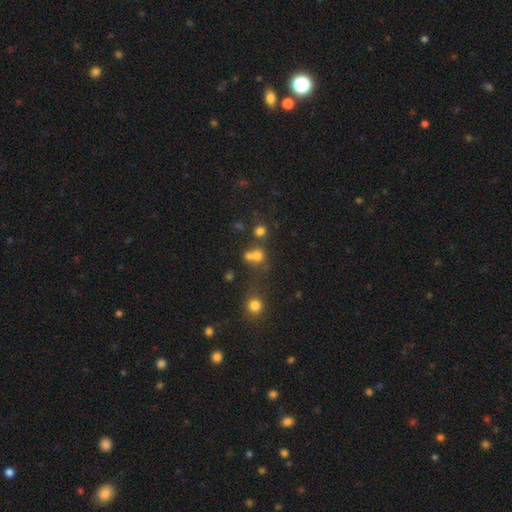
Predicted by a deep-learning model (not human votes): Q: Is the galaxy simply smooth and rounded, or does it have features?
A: smooth — 69%.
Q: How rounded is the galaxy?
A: round — 80%.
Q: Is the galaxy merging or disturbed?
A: none — 44%.